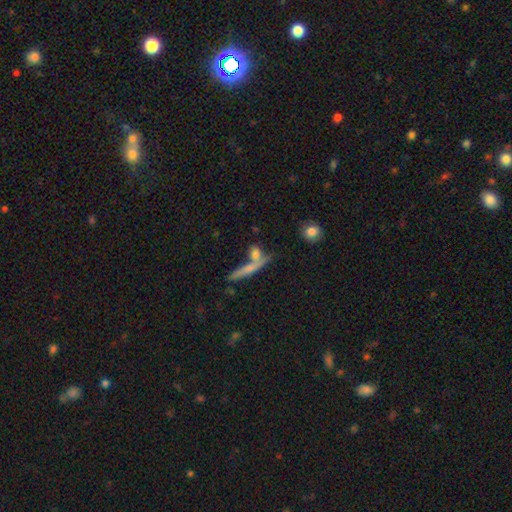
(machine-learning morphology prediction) Smooth or featured?
  - smooth: 60% *
  - featured or disk: 29%
  - star or artifact: 11%
How rounded?
  - cigar-shaped: 61% *
  - in between: 22%
  - round: 17%
Merging?
  - none: 54% *
  - merger: 29%
  - minor disturbance: 12%
  - major disturbance: 6%